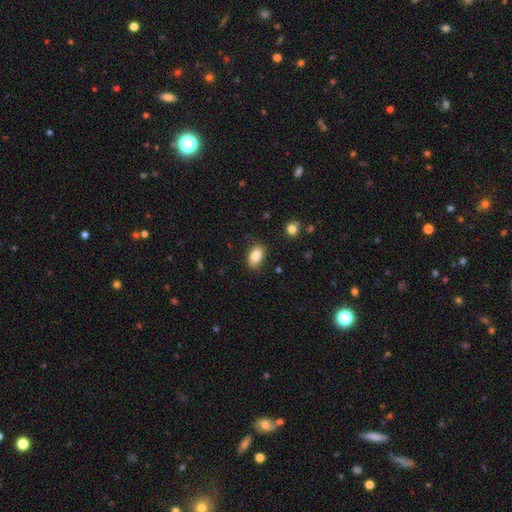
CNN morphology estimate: This appears to be a smooth galaxy with no disk features (86%) that is in between round and cigar-shaped (91%). Merging: none (85%).